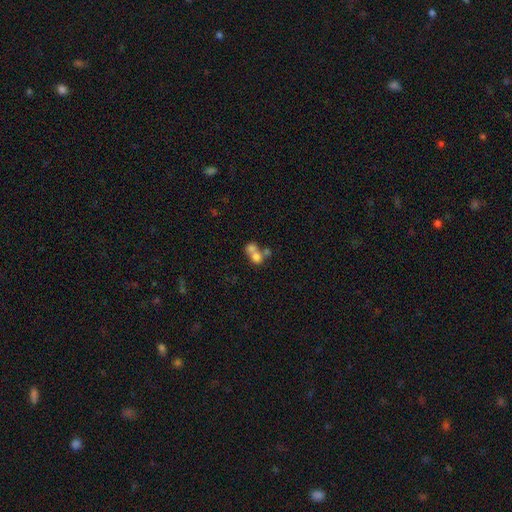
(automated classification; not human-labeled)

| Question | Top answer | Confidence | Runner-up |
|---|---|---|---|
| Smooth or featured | smooth | 68% | featured or disk (21%) |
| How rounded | round | 65% | in between (34%) |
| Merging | merger | 67% | none (23%) |